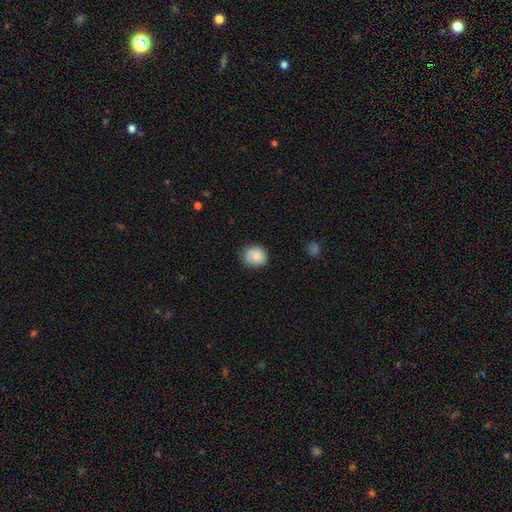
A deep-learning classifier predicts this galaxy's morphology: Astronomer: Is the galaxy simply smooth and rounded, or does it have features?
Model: smooth — 77%.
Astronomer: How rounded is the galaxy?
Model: round — 77%.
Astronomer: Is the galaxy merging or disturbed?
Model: none — 75%.